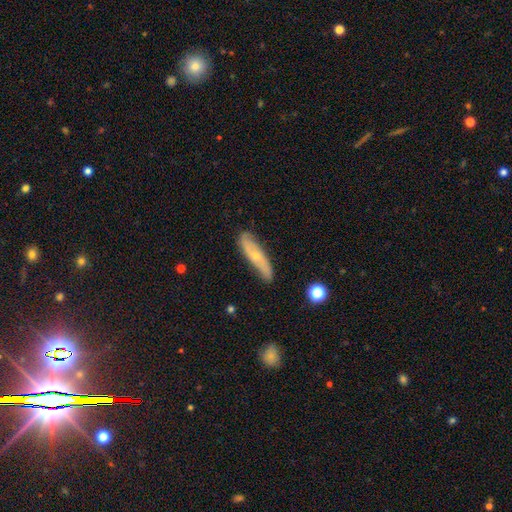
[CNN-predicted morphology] Smooth or featured? Predicted: featured or disk (p=0.56). Edge-on disk? Predicted: no (p=0.57). Merging? Predicted: none (p=0.76).